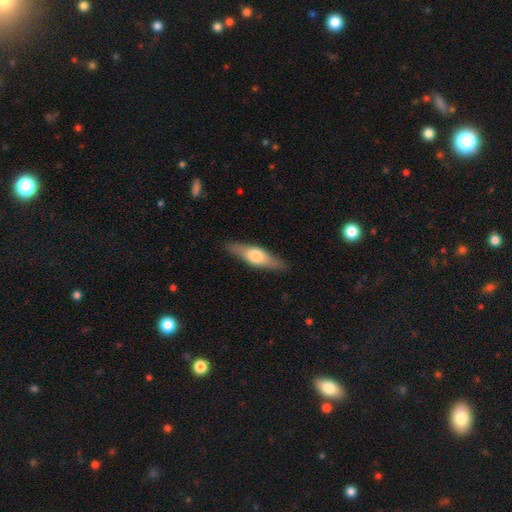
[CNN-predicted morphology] A smooth galaxy with no disk features (49%). Merging: none (88%).